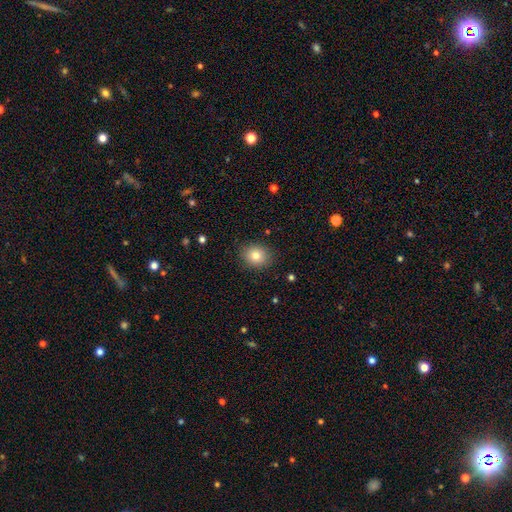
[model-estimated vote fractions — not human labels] Smooth or featured?
  - smooth: 81% *
  - star or artifact: 10%
  - featured or disk: 9%
How rounded?
  - round: 66% *
  - in between: 33%
  - cigar-shaped: 1%
Merging?
  - none: 88% *
  - minor disturbance: 9%
  - major disturbance: 2%
  - merger: 1%